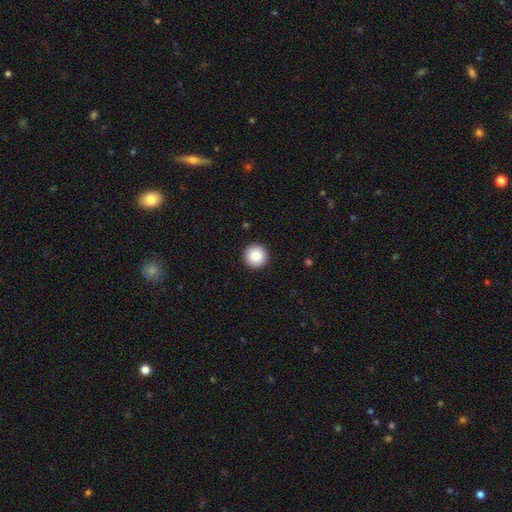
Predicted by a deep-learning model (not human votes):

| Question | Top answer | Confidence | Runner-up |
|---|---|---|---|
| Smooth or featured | smooth | 85% | star or artifact (8%) |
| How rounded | round | 97% | in between (2%) |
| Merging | none | 94% | minor disturbance (4%) |